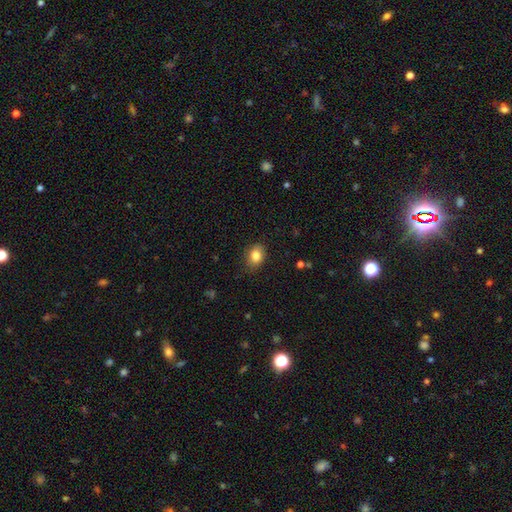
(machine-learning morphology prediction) This is clearly a smooth galaxy (84%). How rounded: likely in between (65%). Merging: clearly none (82%).